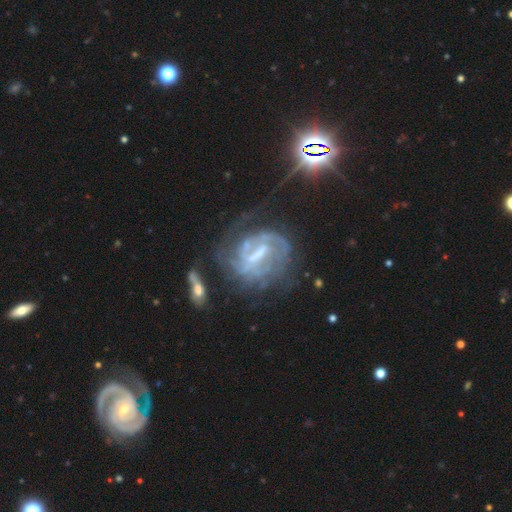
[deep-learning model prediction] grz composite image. It shows a featured or disk galaxy (81%) with a strong bar (50%), tight (49%) spiral arms (84%) and a small central bulge (34%). Merging: none (48%).